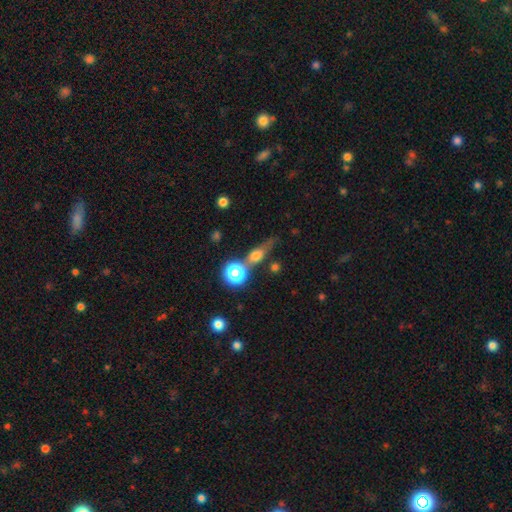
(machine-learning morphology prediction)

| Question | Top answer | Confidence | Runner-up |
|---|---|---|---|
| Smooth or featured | smooth | 54% | featured or disk (27%) |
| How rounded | round | 37% | in between (34%) |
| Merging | none | 52% | merger (21%) |